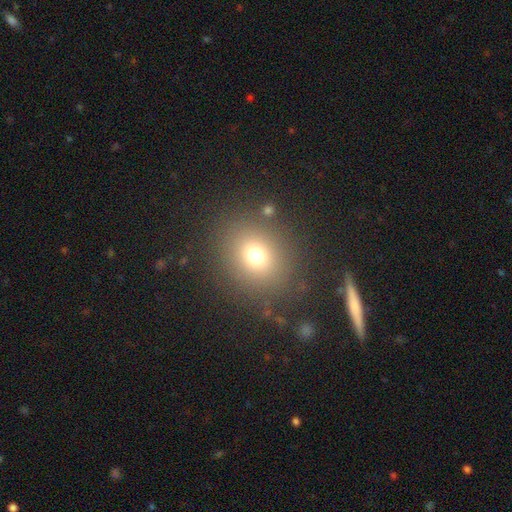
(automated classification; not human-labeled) Smooth or featured? Predicted: smooth (p=0.72). How rounded? Predicted: round (p=0.74). Merging? Predicted: none (p=0.83).